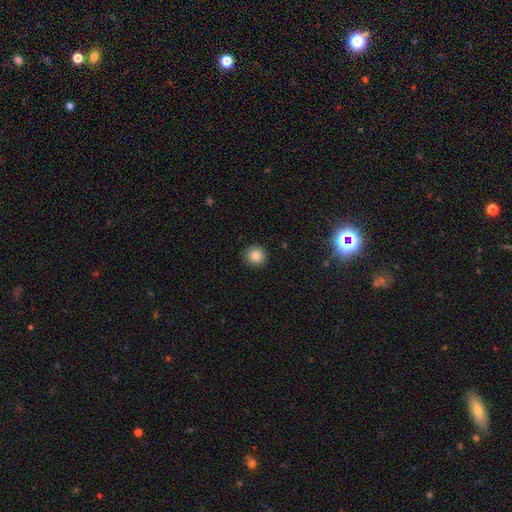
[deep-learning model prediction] smooth_or_featured: smooth (p=0.84) [alt: star or artifact p=0.10]
how_rounded: round (p=0.93) [alt: in between p=0.06]
merging: none (p=0.92) [alt: minor disturbance p=0.06]